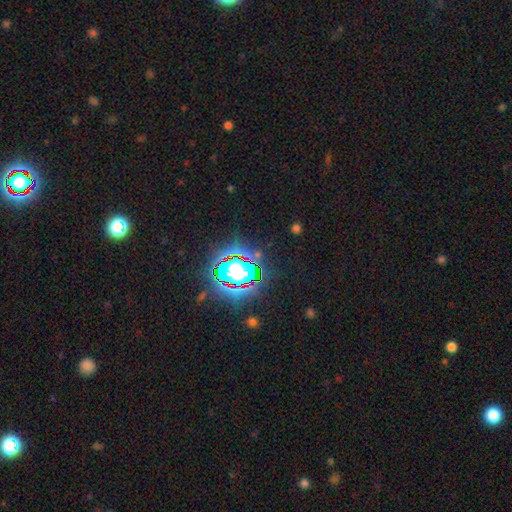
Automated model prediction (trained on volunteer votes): This is likely a star or artifact rather than a galaxy (73%).